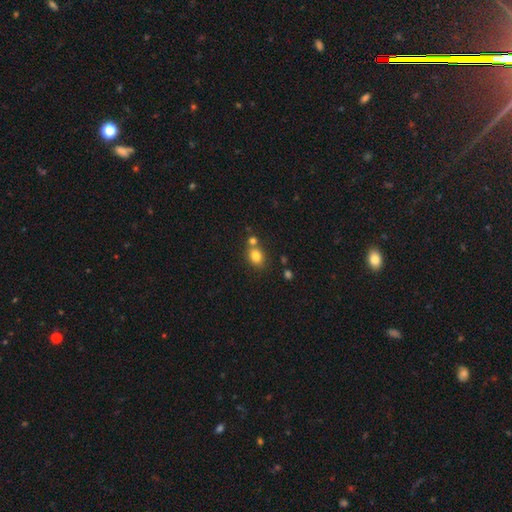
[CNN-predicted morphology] smooth 82%, star or artifact 11%, featured or disk 7%. Down the decision tree: how rounded — round (57%); merging — none (58%).